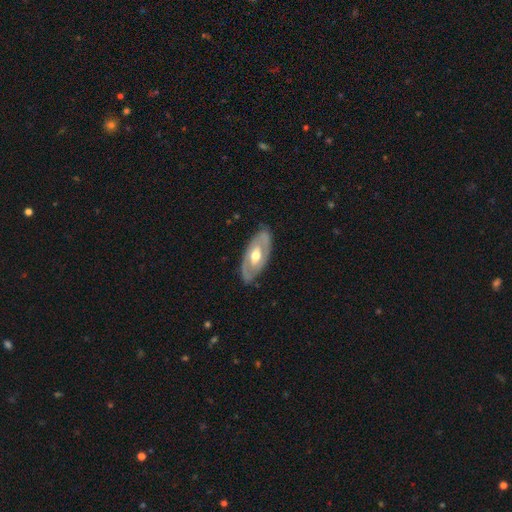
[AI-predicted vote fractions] A featured or disk galaxy (66%) with no bar (61%), no spiral arms (52%) and a moderate central bulge (74%).

Vote fractions:
- Smooth or featured? featured or disk: 66% / smooth: 30% / star or artifact: 4%
- Edge-on disk? no: 86% / yes: 14%
- Bar? no: 61% / weak: 29% / strong: 10%
- Spiral arms? no: 52% / yes: 48%
- Bulge size? moderate: 74% / large: 14% / small: 10% / dominant: 1% / none: 1%
- Merging? none: 82% / minor disturbance: 14% / major disturbance: 3% / merger: 1%